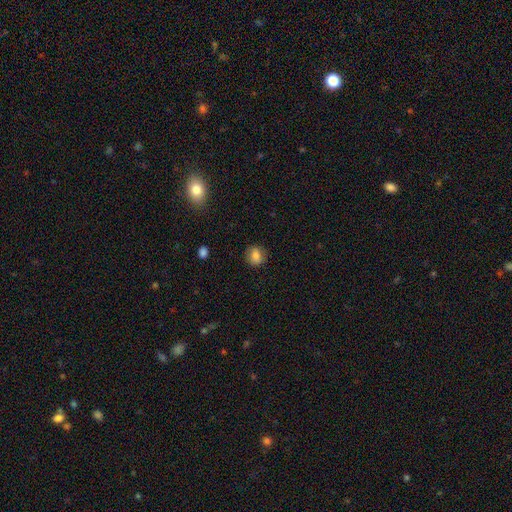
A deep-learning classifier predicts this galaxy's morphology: This is clearly a smooth galaxy (83%). How rounded: likely round (78%). Merging: clearly none (87%).